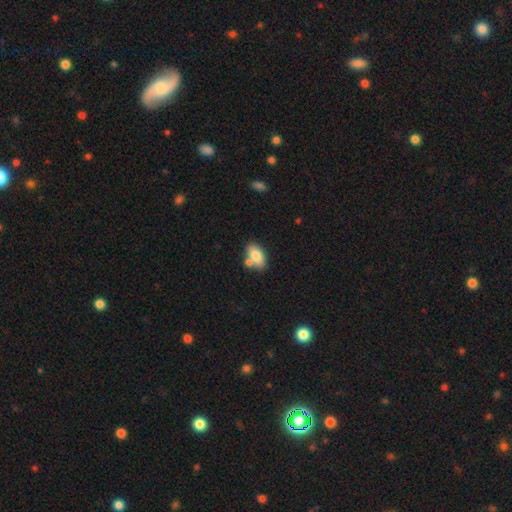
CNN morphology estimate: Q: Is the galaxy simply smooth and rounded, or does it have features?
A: smooth — 80%.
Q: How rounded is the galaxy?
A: in between — 91%.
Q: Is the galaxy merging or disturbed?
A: none — 62%.